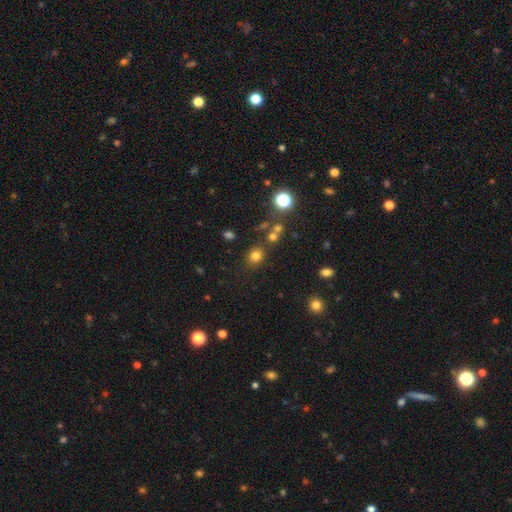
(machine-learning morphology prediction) Smooth or featured? smooth (74%)
How rounded? round (72%)
Merging? none (77%)